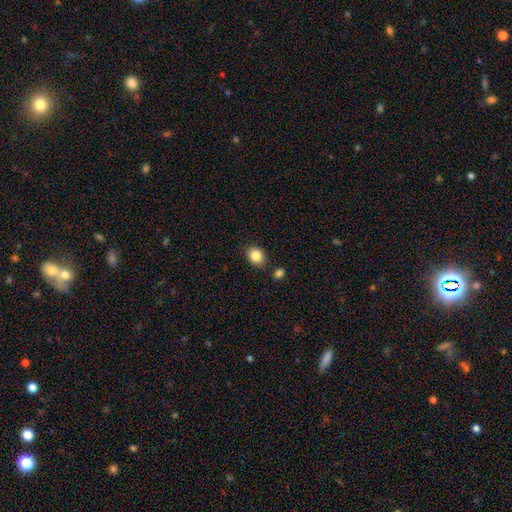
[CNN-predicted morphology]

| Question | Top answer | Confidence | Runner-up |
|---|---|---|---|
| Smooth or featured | smooth | 85% | star or artifact (9%) |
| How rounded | in between | 50% | round (49%) |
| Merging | none | 81% | minor disturbance (11%) |